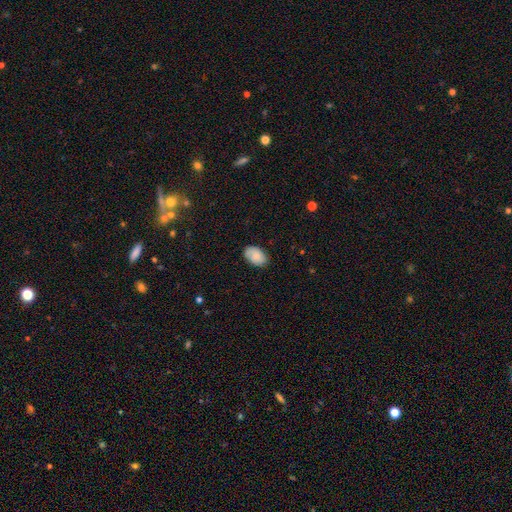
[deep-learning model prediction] Q: Smooth or featured?
A: smooth (80%); runner-up: featured or disk (13%)
Q: How rounded?
A: in between (91%); runner-up: round (8%)
Q: Merging?
A: none (81%); runner-up: minor disturbance (15%)